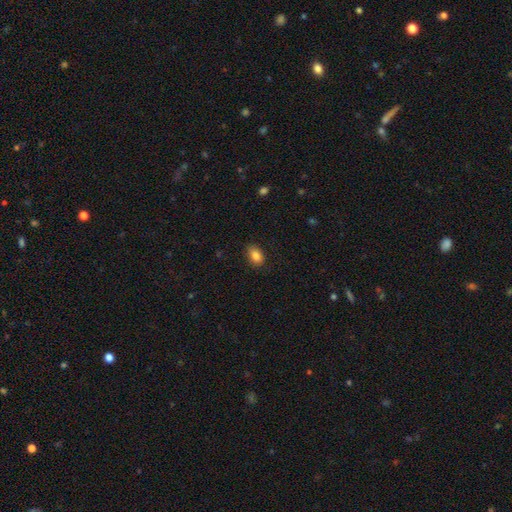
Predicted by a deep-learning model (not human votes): smooth-or-featured: smooth: 85% | star or artifact: 9% | featured or disk: 6%
  how-rounded: in between: 84% | round: 14% | cigar-shaped: 2%
  merging: none: 83% | minor disturbance: 13% | major disturbance: 3% | merger: 1%